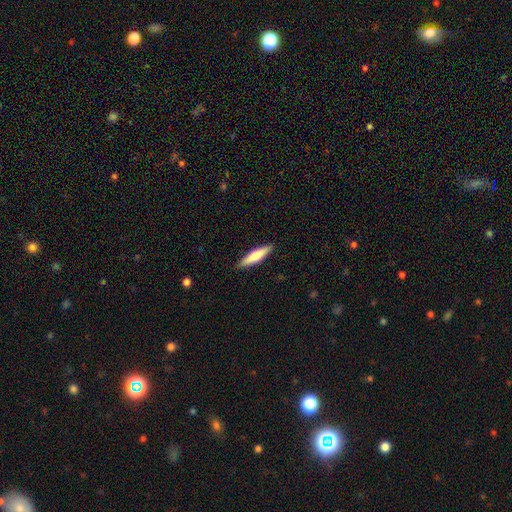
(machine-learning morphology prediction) A smooth galaxy with no disk features (63%) that is cigar-shaped (78%). Merging: none (89%).